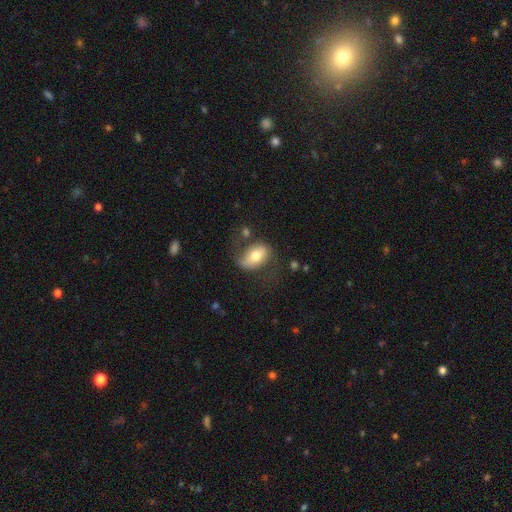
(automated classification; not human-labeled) Overall: smooth (55%; featured or disk 38%). How rounded: in between (88%). Merging: none (53%; minor disturbance 25%).